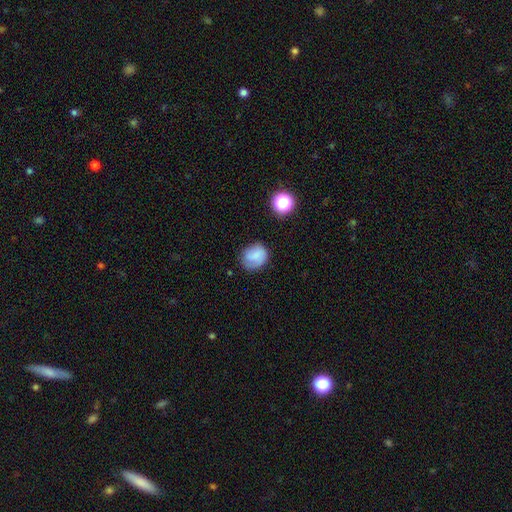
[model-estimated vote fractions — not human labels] smooth_or_featured: smooth (p=0.73) [alt: featured or disk p=0.17]
how_rounded: round (p=0.70) [alt: in between p=0.29]
merging: none (p=0.67) [alt: minor disturbance p=0.23]